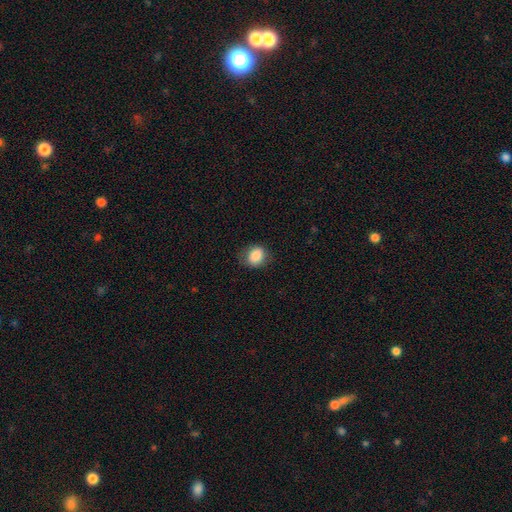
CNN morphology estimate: This appears to be a smooth galaxy with no disk features (87%) that is round (56%). Merging: none (76%).